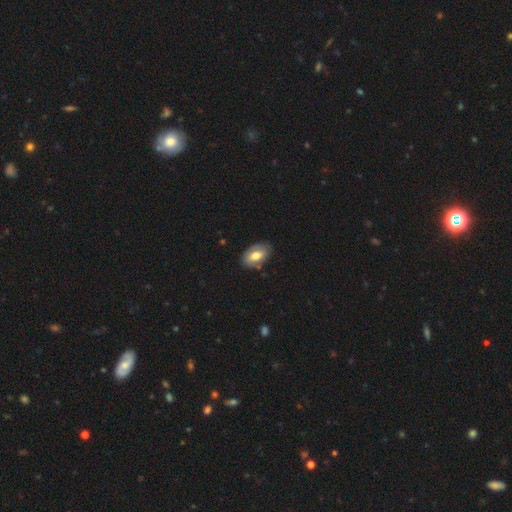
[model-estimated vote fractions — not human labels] A smooth galaxy with no disk features (63%) that is in between round and cigar-shaped (92%). Merging: none (77%).